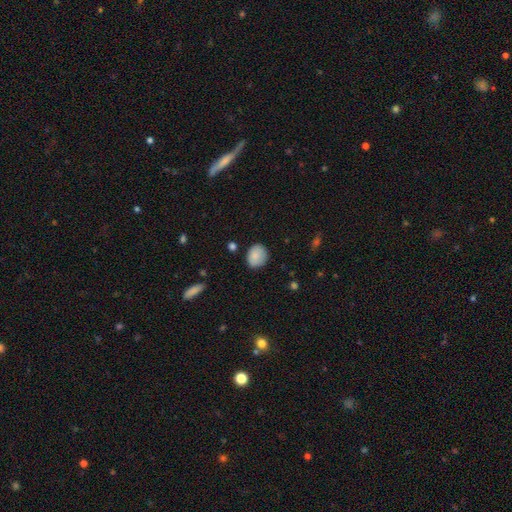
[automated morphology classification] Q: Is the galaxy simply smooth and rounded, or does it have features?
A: smooth — 87%.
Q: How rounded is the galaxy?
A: round — 60%.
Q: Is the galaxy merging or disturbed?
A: none — 81%.